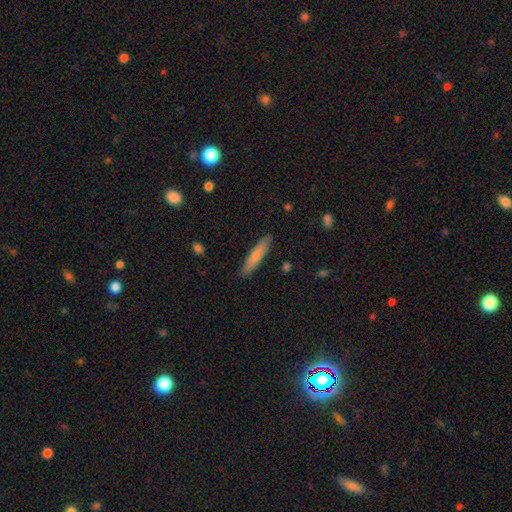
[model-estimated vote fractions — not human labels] A smooth galaxy with no disk features (75%) that is cigar-shaped (86%).

Vote fractions:
- Smooth or featured? smooth: 75% / featured or disk: 19% / star or artifact: 6%
- How rounded? cigar-shaped: 86% / in between: 13% / round: 1%
- Merging? none: 88% / minor disturbance: 9% / major disturbance: 2% / merger: 1%